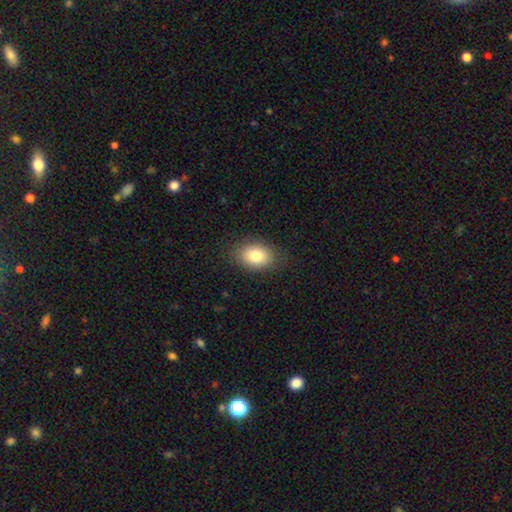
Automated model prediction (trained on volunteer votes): Overall: smooth (81%). How rounded: in between (77%). Merging: none (84%).